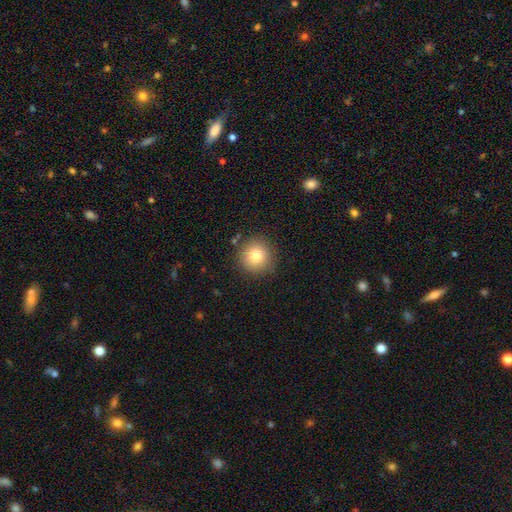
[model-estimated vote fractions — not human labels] smooth-or-featured: smooth: 79% | star or artifact: 12% | featured or disk: 9%
  how-rounded: round: 94% | in between: 5% | cigar-shaped: 1%
  merging: none: 87% | minor disturbance: 8% | major disturbance: 3% | merger: 2%